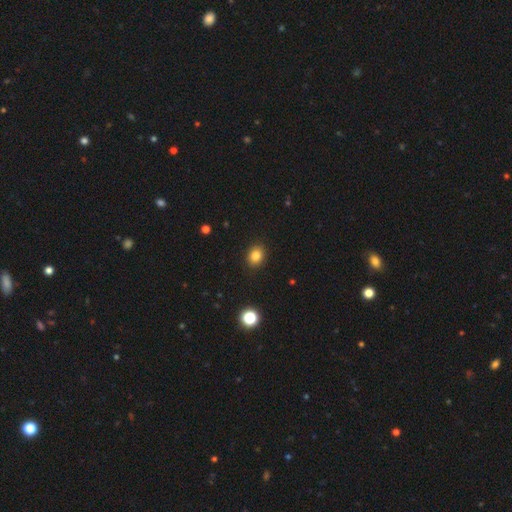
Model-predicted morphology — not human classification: This is clearly a smooth galaxy (83%). How rounded: possibly round (53%). Merging: clearly none (90%).